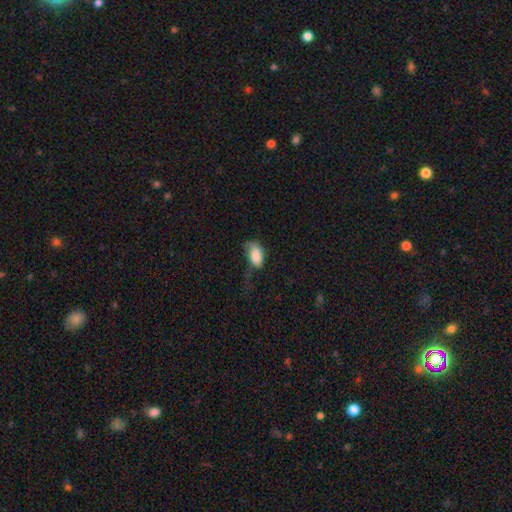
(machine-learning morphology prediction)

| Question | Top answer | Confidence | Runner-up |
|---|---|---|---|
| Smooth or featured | smooth | 78% | featured or disk (15%) |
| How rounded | in between | 92% | round (5%) |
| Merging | major disturbance | 47% | minor disturbance (26%) |